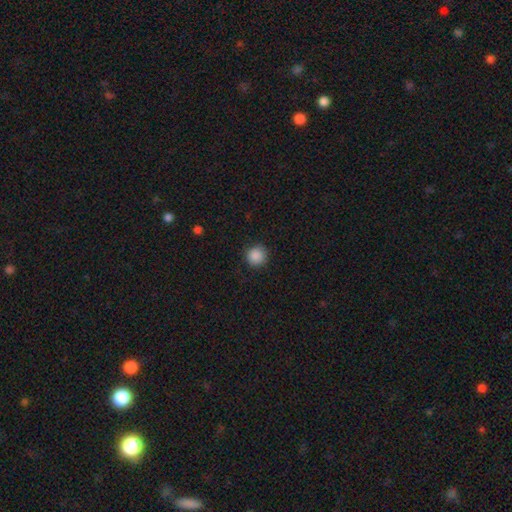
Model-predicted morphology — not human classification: smooth 88%, star or artifact 9%, featured or disk 3%. Down the decision tree: how rounded — round (94%); merging — none (90%).